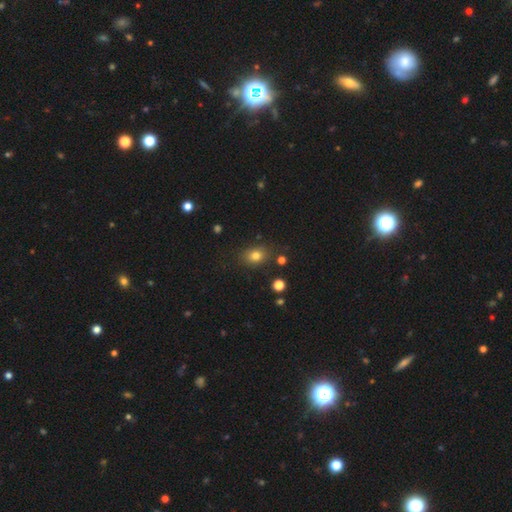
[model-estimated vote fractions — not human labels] A smooth galaxy with no disk features (79%) that is in between round and cigar-shaped (58%).

Vote fractions:
- Smooth or featured? smooth: 79% / star or artifact: 13% / featured or disk: 8%
- How rounded? in between: 58% / round: 41% / cigar-shaped: 1%
- Merging? none: 81% / minor disturbance: 12% / major disturbance: 4% / merger: 3%